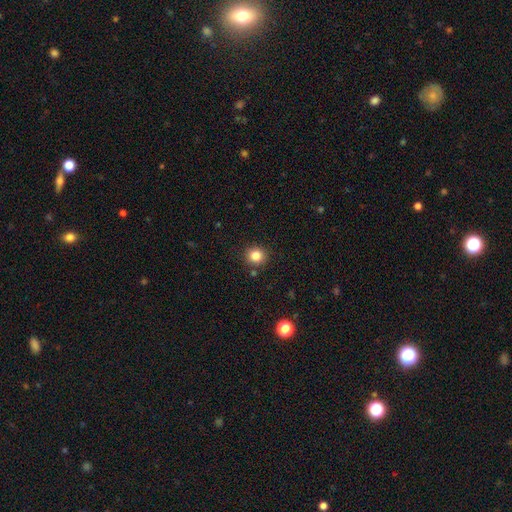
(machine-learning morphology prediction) Smooth or featured? Predicted: smooth (p=0.83). How rounded? Predicted: round (p=0.90). Merging? Predicted: none (p=0.88).